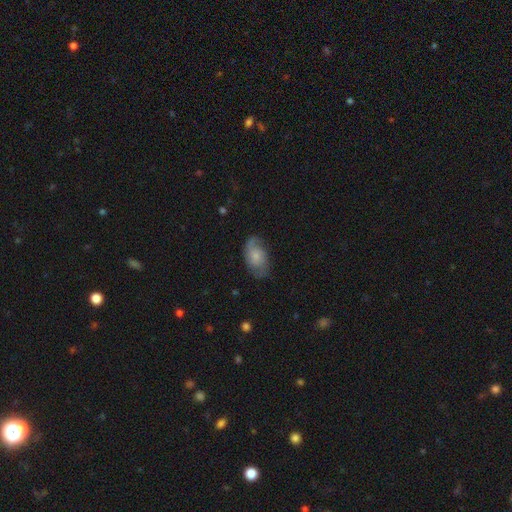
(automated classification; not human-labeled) This appears to be a smooth galaxy with no disk features (47%, tied with featured or disk). Merging: none (67%).